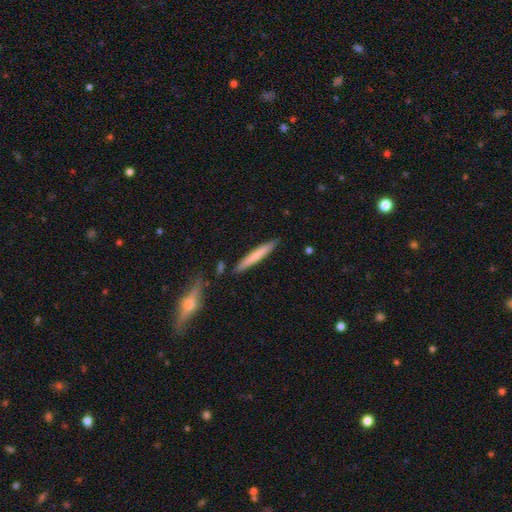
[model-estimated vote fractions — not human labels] The model was most divided on "smooth or featured": smooth: 66%, featured or disk: 29%, star or artifact: 5%. More confident: how rounded — cigar-shaped (95%); merging — none (86%).